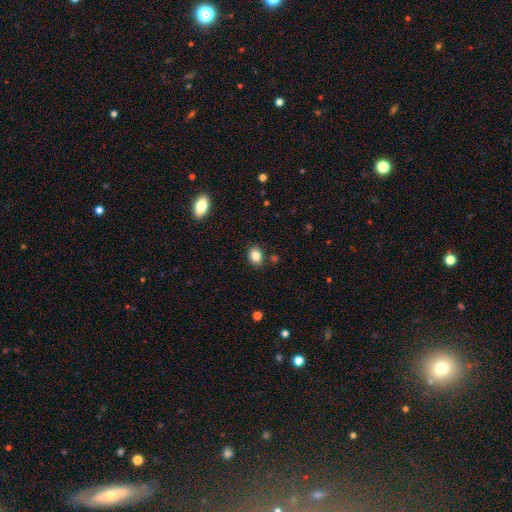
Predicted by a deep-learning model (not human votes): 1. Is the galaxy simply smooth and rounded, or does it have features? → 84% smooth, 10% star or artifact, 6% featured or disk.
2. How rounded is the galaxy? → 54% in between, 45% round, 1% cigar-shaped.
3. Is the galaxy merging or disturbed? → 84% none, 10% minor disturbance, 3% merger, 2% major disturbance.